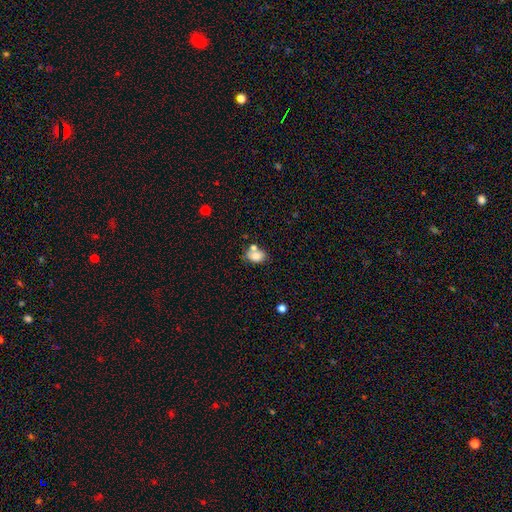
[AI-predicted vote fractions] A smooth galaxy with no disk features (78%) that is in between round and cigar-shaped (71%). Merging: none (47%).